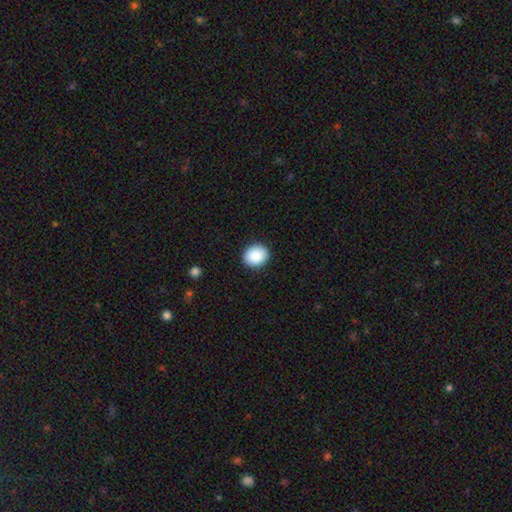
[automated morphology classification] Smooth or featured?
  - smooth: 90% *
  - star or artifact: 7%
  - featured or disk: 3%
How rounded?
  - round: 60% *
  - in between: 39%
  - cigar-shaped: 1%
Merging?
  - none: 91% *
  - minor disturbance: 6%
  - major disturbance: 2%
  - merger: 1%